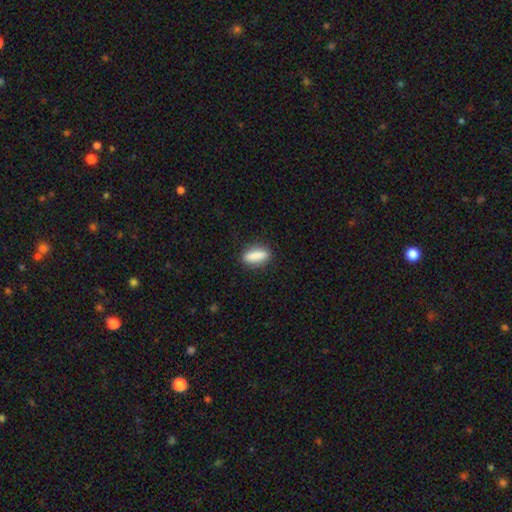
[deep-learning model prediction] Smooth or featured? Predicted: smooth (p=0.84). How rounded? Predicted: in between (p=0.52). Merging? Predicted: none (p=0.87).